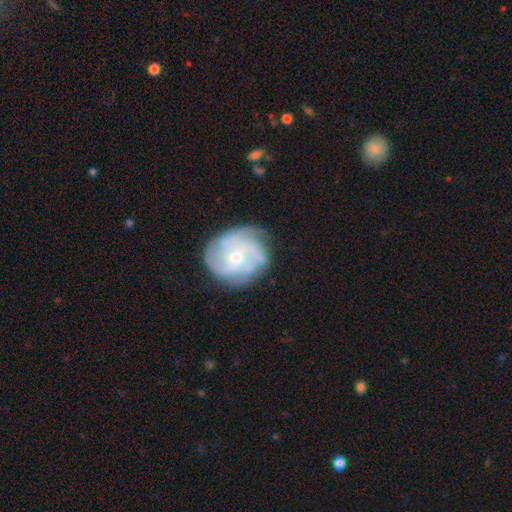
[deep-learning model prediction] This is likely a featured or disk galaxy (76%). It is clearly not viewed edge-on (97%). Bar: possibly no (59%). Spiral arm pattern: clearly yes (91%). Spiral arm count: marginally 3 (27%). Spiral winding: marginally tight (41%, tied with medium). Central bulge: possibly small (51%). Merging: likely none (70%).